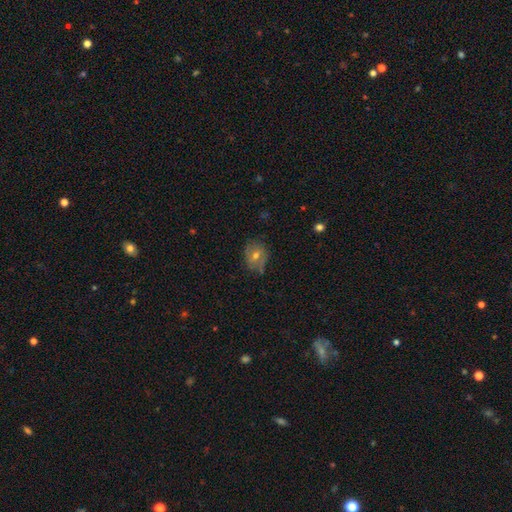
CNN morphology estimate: The model was most divided on "smooth or featured": smooth: 44%, featured or disk: 39%, star or artifact: 16%. More confident: merging — none (70%).